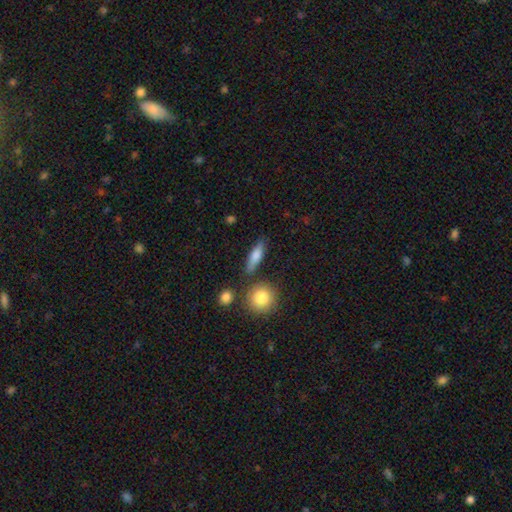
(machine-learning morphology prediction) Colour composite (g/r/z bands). It shows a smooth galaxy with no disk features (72%) that is cigar-shaped (48%). Merging: none (77%).